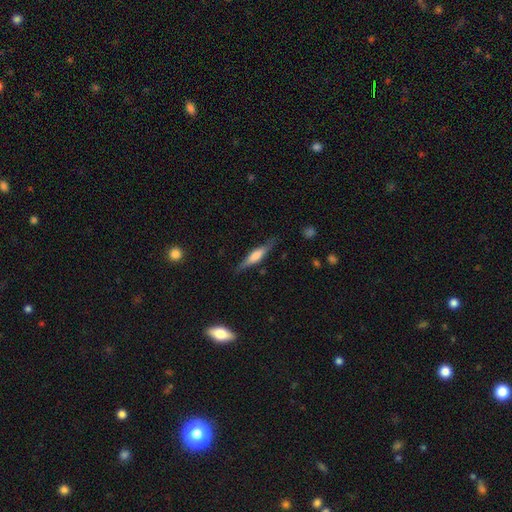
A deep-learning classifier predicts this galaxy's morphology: The model was most divided on "smooth or featured": featured or disk: 52%, smooth: 42%, star or artifact: 6%. More confident: edge-on disk — yes (94%); merging — none (83%).